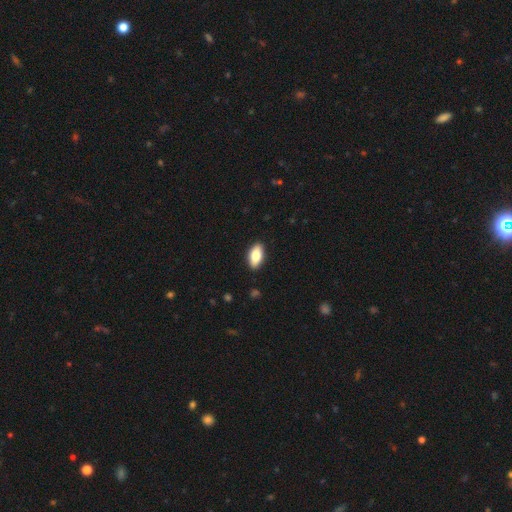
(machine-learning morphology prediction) A smooth galaxy with no disk features (81%) that is in between round and cigar-shaped (91%).

Vote fractions:
- Smooth or featured? smooth: 81% / featured or disk: 13% / star or artifact: 6%
- How rounded? in between: 91% / cigar-shaped: 6% / round: 3%
- Merging? none: 89% / minor disturbance: 8% / major disturbance: 2% / merger: 1%